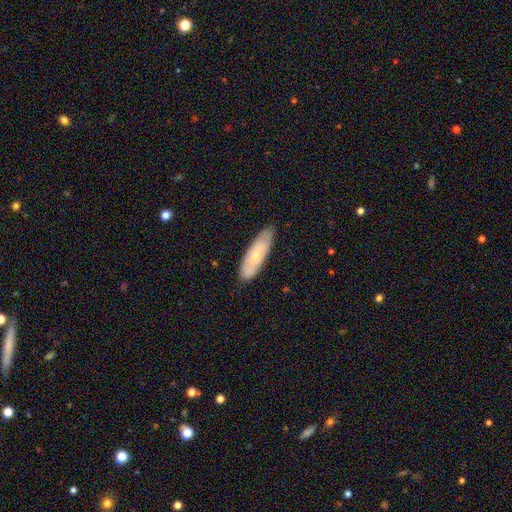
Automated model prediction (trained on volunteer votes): This is likely a smooth galaxy (62%). How rounded: possibly cigar-shaped (51%). Merging: clearly none (83%).